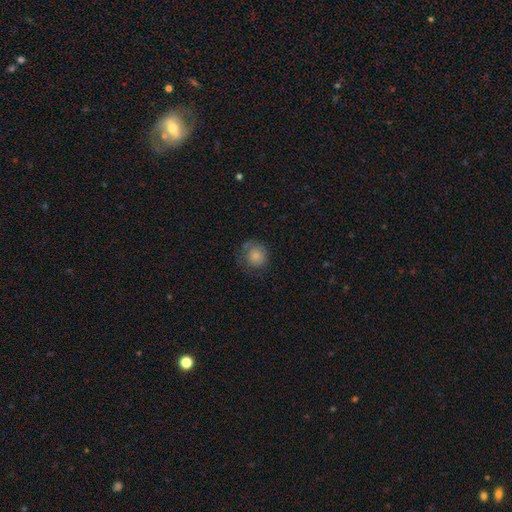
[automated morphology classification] This is likely a smooth galaxy (79%). How rounded: clearly round (87%). Merging: likely none (64%).